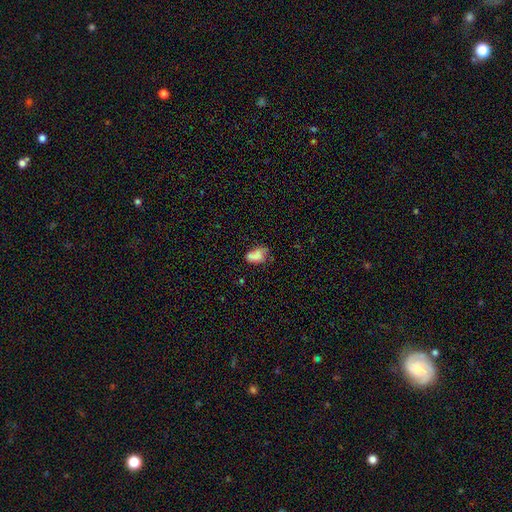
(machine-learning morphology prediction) This is likely a smooth galaxy (74%). How rounded: clearly in between (85%). Merging: marginally none (37%).